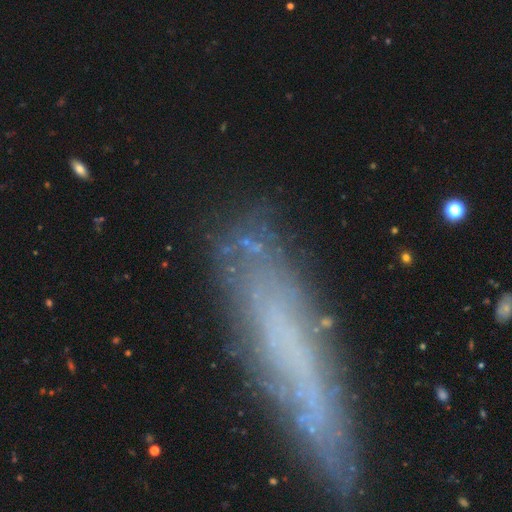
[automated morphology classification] Q: Smooth or featured?
A: featured or disk (50%); runner-up: smooth (38%)
Q: Edge-on disk?
A: yes (55%); runner-up: no (45%)
Q: Merging?
A: none (76%); runner-up: minor disturbance (16%)